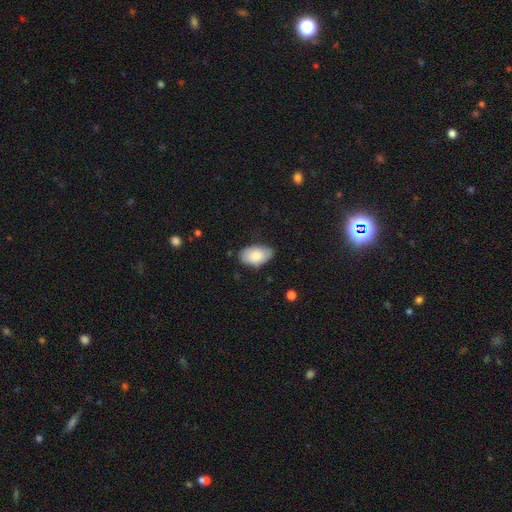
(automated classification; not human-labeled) Morphology: type=smooth (81%); roundness=in between (94%); merging=none (76%).